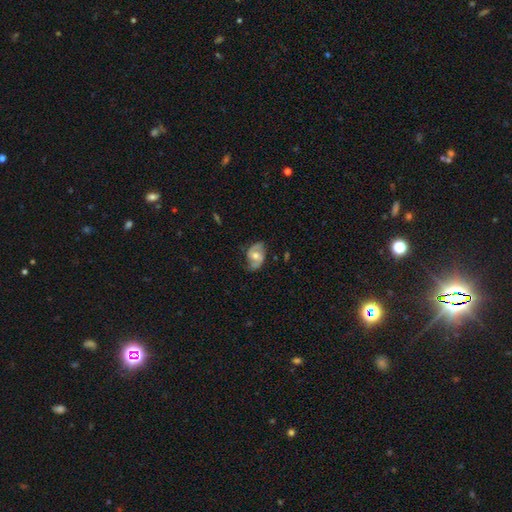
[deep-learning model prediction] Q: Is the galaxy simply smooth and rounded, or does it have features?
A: featured or disk — 70%.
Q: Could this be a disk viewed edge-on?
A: no — 96%.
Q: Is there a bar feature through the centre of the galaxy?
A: no — 55%.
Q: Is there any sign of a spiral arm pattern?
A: yes — 88%.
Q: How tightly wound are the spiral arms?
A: medium — 45%.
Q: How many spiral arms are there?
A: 2 — 87%.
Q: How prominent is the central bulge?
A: moderate — 69%.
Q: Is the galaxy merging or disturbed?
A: none — 70%.